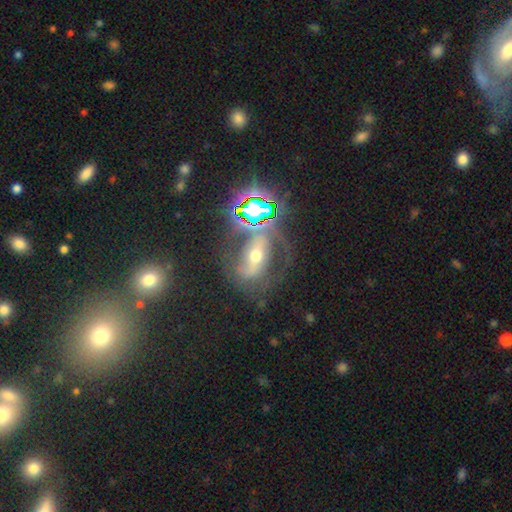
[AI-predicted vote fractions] This appears to be a featured or disk galaxy (57%) with a strong bar (55%), spiral arms (72%) and a moderate central bulge (68%). Merging: none (55%).